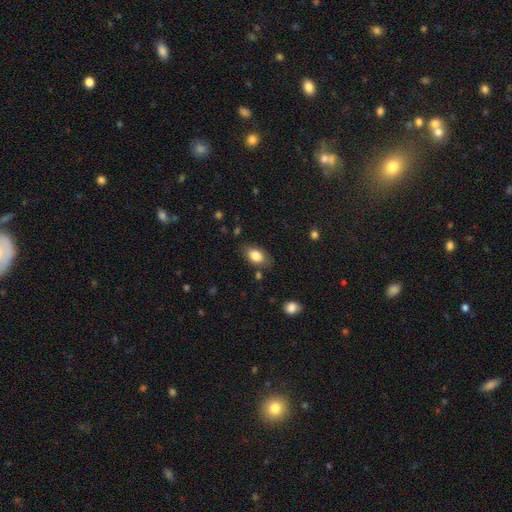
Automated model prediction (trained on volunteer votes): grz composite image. It shows a smooth galaxy with no disk features (83%) that is in between round and cigar-shaped (87%). Merging: none (76%).